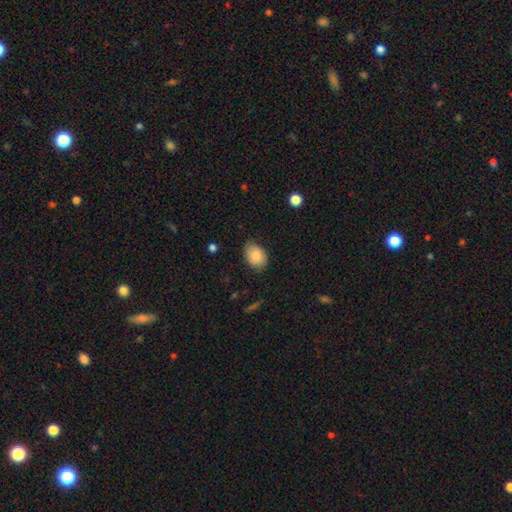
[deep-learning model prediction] The model was most divided on "how rounded": in between: 74%, round: 25%, cigar-shaped: 1%. More confident: smooth or featured — smooth (85%); merging — none (79%).